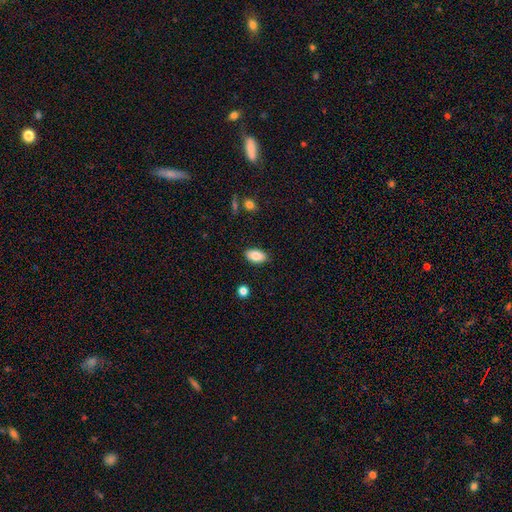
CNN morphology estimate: The model was most divided on "smooth or featured": smooth: 84%, featured or disk: 9%, star or artifact: 7%. More confident: how rounded — in between (93%); merging — none (87%).